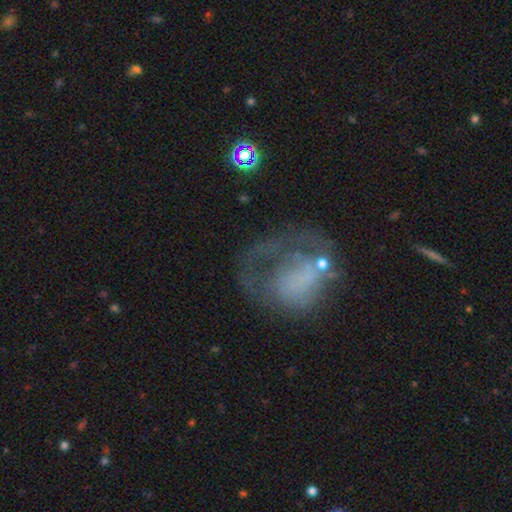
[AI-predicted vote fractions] Q: Smooth or featured?
A: featured or disk (51%); runner-up: smooth (28%)
Q: Edge-on disk?
A: no (97%); runner-up: yes (3%)
Q: Merging?
A: major disturbance (42%); runner-up: none (35%)